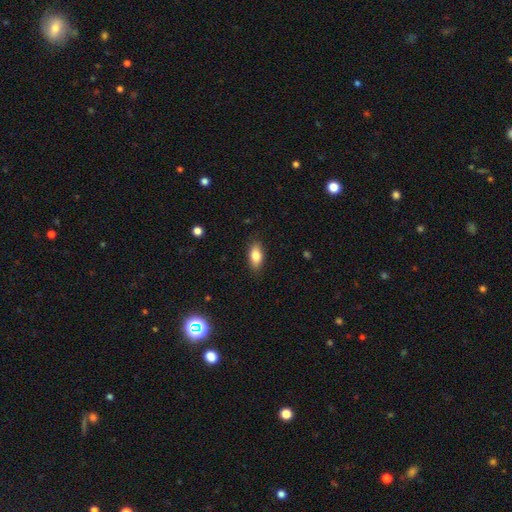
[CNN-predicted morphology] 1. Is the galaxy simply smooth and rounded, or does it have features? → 83% smooth, 10% featured or disk, 7% star or artifact.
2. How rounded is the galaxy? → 87% in between, 9% cigar-shaped, 4% round.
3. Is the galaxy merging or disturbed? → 86% none, 10% minor disturbance, 2% major disturbance, 1% merger.